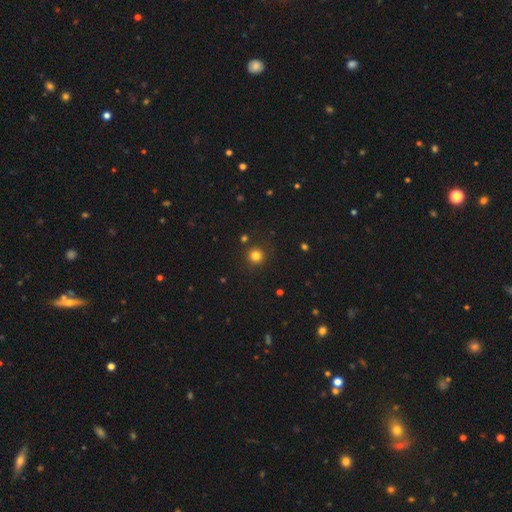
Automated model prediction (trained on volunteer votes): Smooth or featured?
  - smooth: 80% *
  - star or artifact: 15%
  - featured or disk: 5%
How rounded?
  - round: 95% *
  - in between: 4%
  - cigar-shaped: 1%
Merging?
  - none: 89% *
  - minor disturbance: 6%
  - merger: 3%
  - major disturbance: 2%